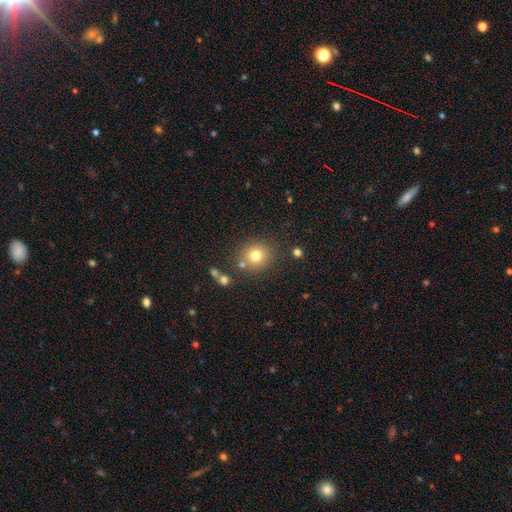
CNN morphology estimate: smooth-or-featured: smooth: 77% | star or artifact: 13% | featured or disk: 10%
  how-rounded: round: 82% | in between: 17% | cigar-shaped: 1%
  merging: none: 77% | minor disturbance: 10% | merger: 8% | major disturbance: 4%